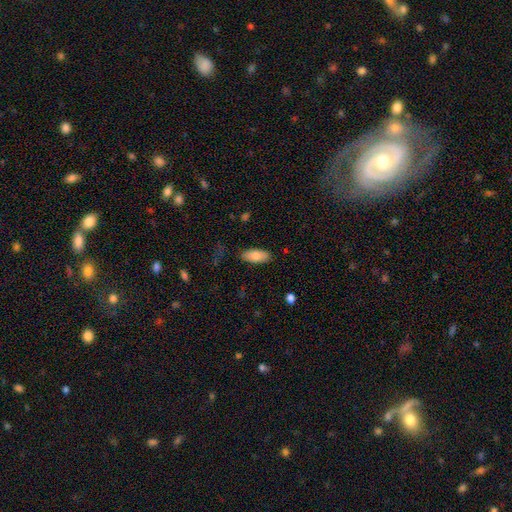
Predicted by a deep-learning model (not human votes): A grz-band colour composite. It shows a smooth galaxy with no disk features (84%) that is in between round and cigar-shaped (88%). Merging: none (85%).